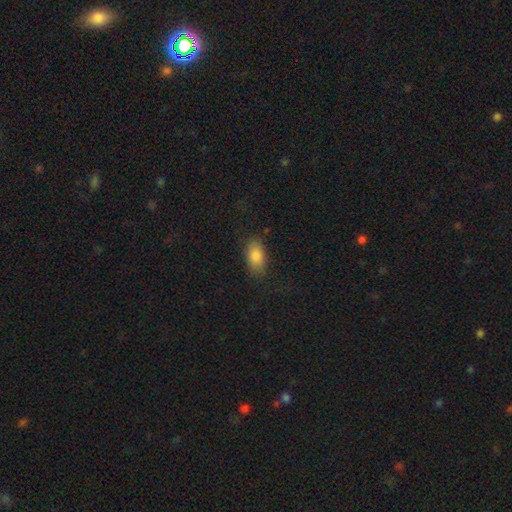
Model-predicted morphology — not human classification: smooth-or-featured: smooth: 85% | star or artifact: 8% | featured or disk: 7%
  how-rounded: in between: 91% | round: 5% | cigar-shaped: 3%
  merging: none: 81% | minor disturbance: 13% | major disturbance: 4% | merger: 1%